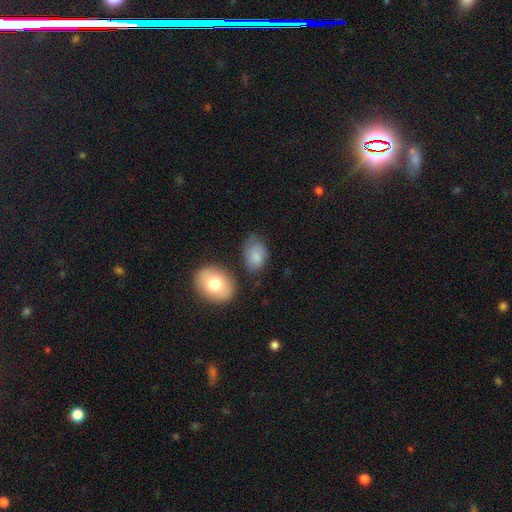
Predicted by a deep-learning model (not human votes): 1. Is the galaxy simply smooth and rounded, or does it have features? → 77% smooth, 15% featured or disk, 8% star or artifact.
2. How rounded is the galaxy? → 82% in between, 17% round, 1% cigar-shaped.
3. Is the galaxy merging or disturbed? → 50% none, 32% minor disturbance, 11% major disturbance, 8% merger.